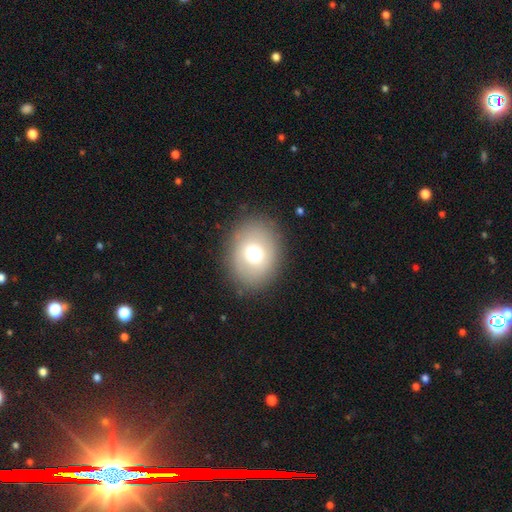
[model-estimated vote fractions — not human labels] Q: Smooth or featured?
A: smooth (69%); runner-up: featured or disk (20%)
Q: How rounded?
A: round (51%); runner-up: in between (48%)
Q: Merging?
A: none (87%); runner-up: minor disturbance (9%)